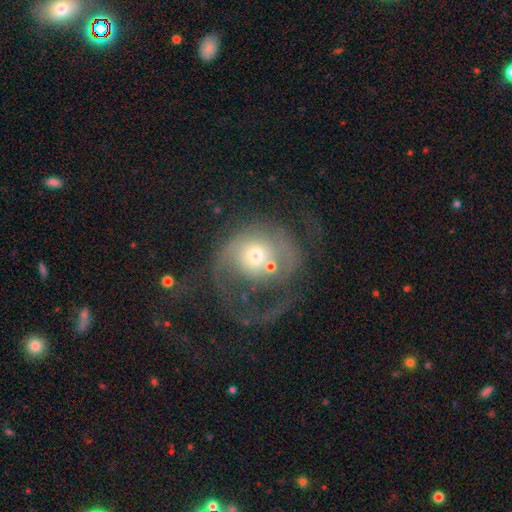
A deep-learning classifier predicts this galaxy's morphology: smooth-or-featured: featured or disk: 62% | smooth: 30% | star or artifact: 9%
  disk-edge-on: no: 97% | yes: 3%
    bar: no: 82% | weak: 15% | strong: 4%
    has-spiral-arms: yes: 61% | no: 39%
    bulge-size: moderate: 47% | small: 41% | large: 7% | dominant: 2% | none: 2%
  merging: major disturbance: 47% | none: 26% | minor disturbance: 13% | merger: 13%